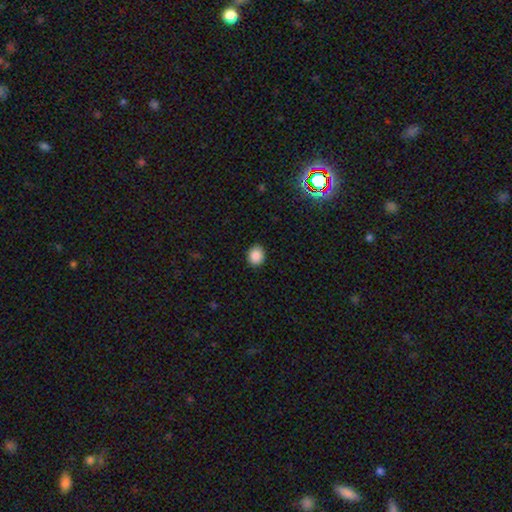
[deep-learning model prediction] A smooth galaxy with no disk features (88%) that is round (67%).

Vote fractions:
- Smooth or featured? smooth: 88% / star or artifact: 9% / featured or disk: 3%
- How rounded? round: 67% / in between: 32% / cigar-shaped: 1%
- Merging? none: 91% / minor disturbance: 6% / major disturbance: 2% / merger: 1%